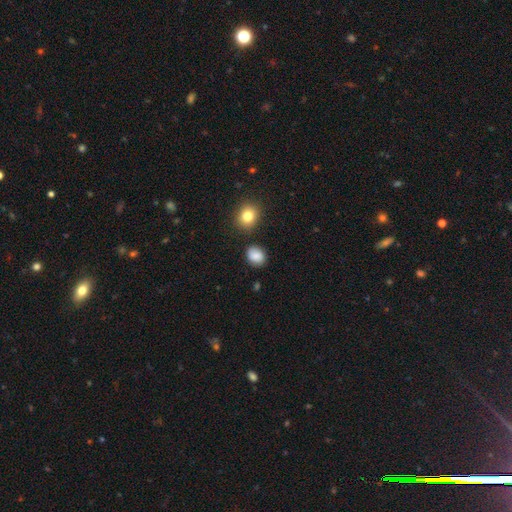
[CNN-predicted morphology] A smooth galaxy with no disk features (86%) that is round (53%). Merging: none (79%).